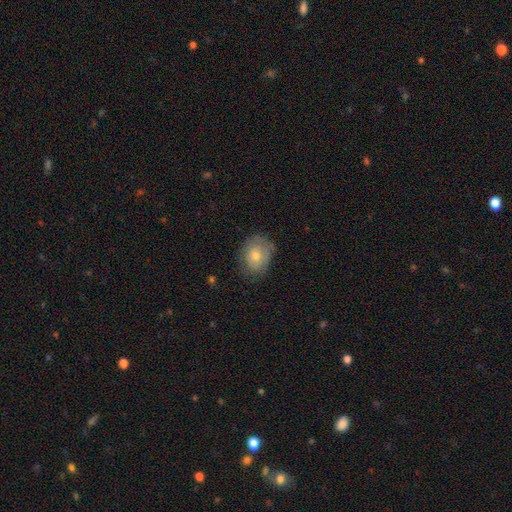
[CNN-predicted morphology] Smooth or featured? smooth (64%)
How rounded? in between (52%)
Merging? none (69%)